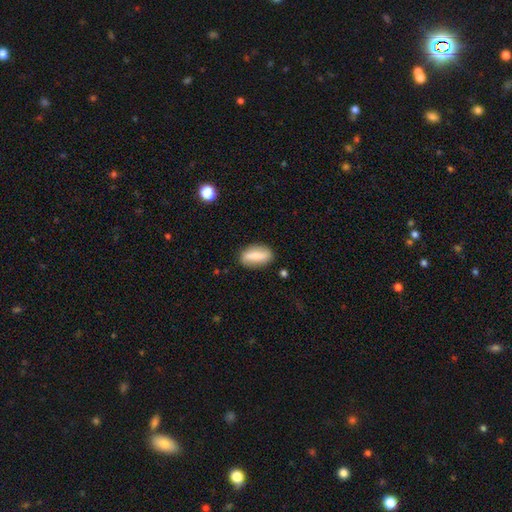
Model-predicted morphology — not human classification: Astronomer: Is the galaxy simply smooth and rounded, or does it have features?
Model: smooth — 67%.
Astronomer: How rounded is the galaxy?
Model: in between — 76%.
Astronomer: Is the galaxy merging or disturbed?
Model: none — 84%.